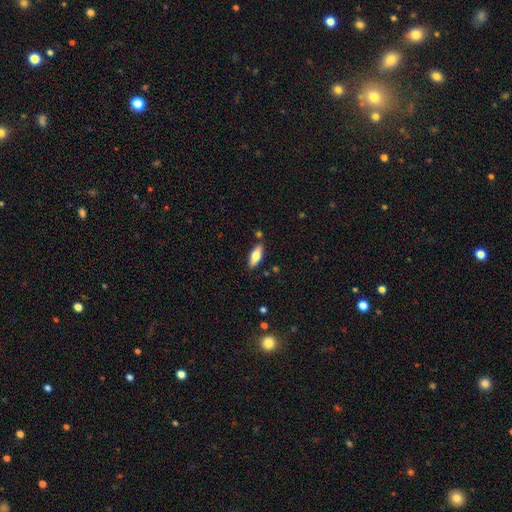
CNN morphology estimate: Smooth or featured? Predicted: smooth (p=0.71). How rounded? Predicted: in between (p=0.74). Merging? Predicted: none (p=0.84).